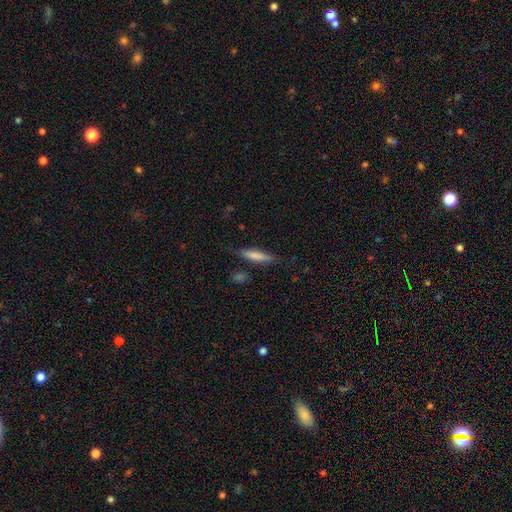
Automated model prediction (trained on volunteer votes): smooth-or-featured: smooth: 74% | featured or disk: 20% | star or artifact: 6%
  how-rounded: cigar-shaped: 78% | in between: 20% | round: 2%
  merging: none: 77% | minor disturbance: 16% | major disturbance: 4% | merger: 3%